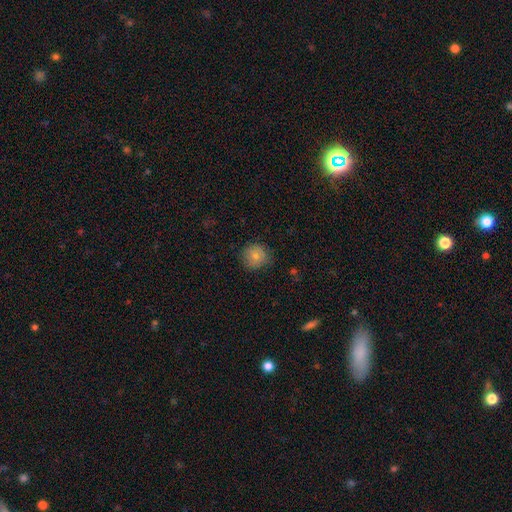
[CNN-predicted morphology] smooth_or_featured: smooth (p=0.82) [alt: featured or disk p=0.09]
how_rounded: round (p=0.90) [alt: in between p=0.09]
merging: none (p=0.80) [alt: minor disturbance p=0.16]